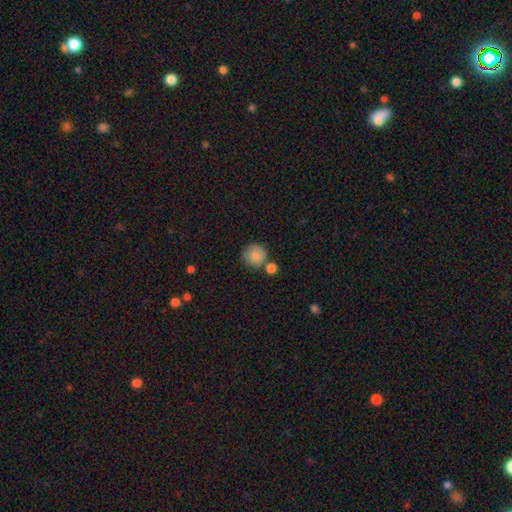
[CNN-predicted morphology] type=smooth (83%); roundness=round (92%); merging=none (66%).